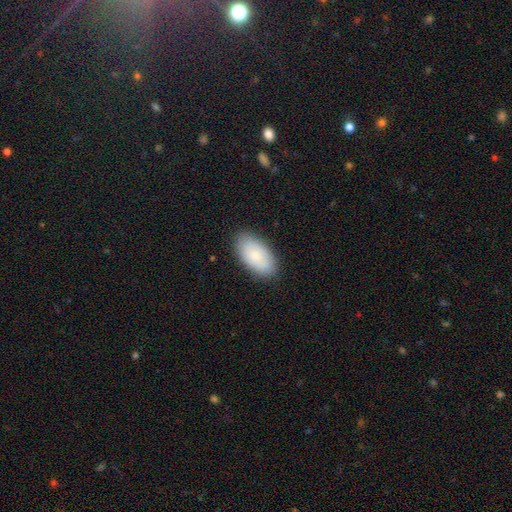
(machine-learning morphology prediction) The model was most divided on "smooth or featured": smooth: 80%, featured or disk: 14%, star or artifact: 6%. More confident: how rounded — in between (95%); merging — none (85%).